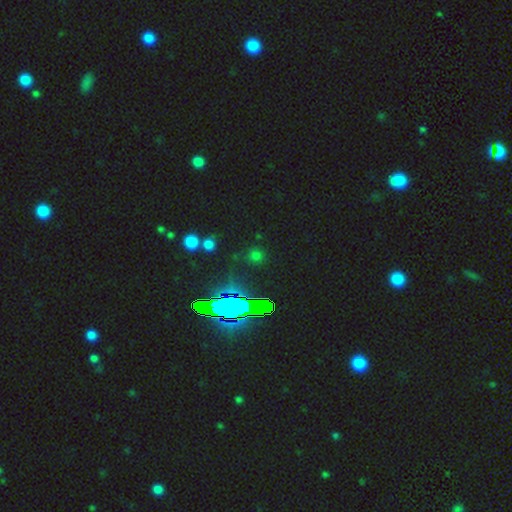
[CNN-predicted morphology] star or artifact 55%, smooth 36%, featured or disk 9%.